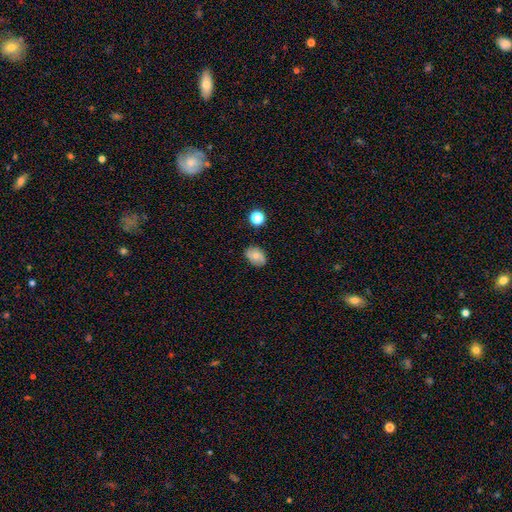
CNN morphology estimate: Overall: smooth (65%). How rounded: in between (74%). Merging: none (76%).